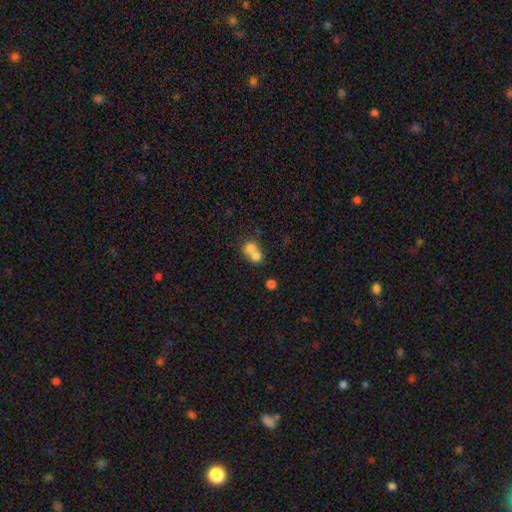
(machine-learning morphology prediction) Smooth or featured? Predicted: smooth (p=0.72). How rounded? Predicted: round (p=0.71). Merging? Predicted: merger (p=0.68).